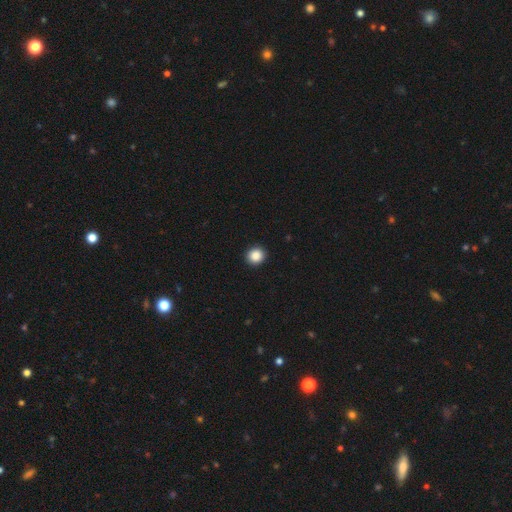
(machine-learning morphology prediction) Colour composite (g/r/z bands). It shows a smooth galaxy with no disk features (87%) that is round (88%). Merging: none (93%).